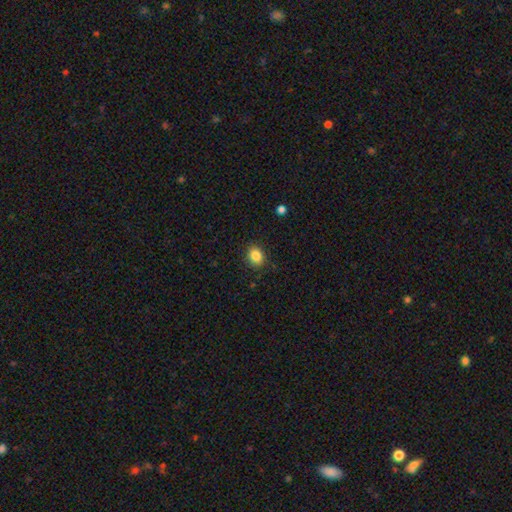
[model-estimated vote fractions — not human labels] A smooth galaxy with no disk features (85%) that is round (50%). Merging: none (86%).